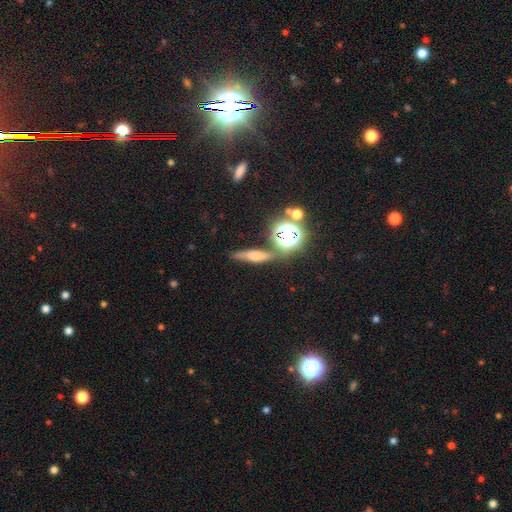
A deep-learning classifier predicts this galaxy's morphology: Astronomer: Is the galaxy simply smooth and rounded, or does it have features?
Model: smooth — 45% (runner-up: featured or disk, 32%).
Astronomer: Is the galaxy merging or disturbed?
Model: none — 70%.